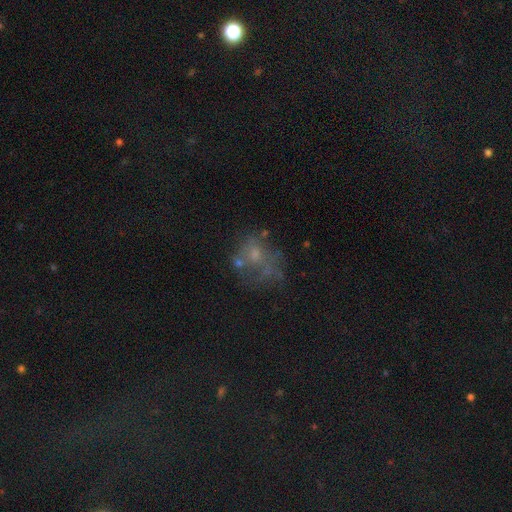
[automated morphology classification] smooth_or_featured: featured or disk (p=0.45) [alt: smooth p=0.32]
merging: none (p=0.43) [alt: major disturbance p=0.27]